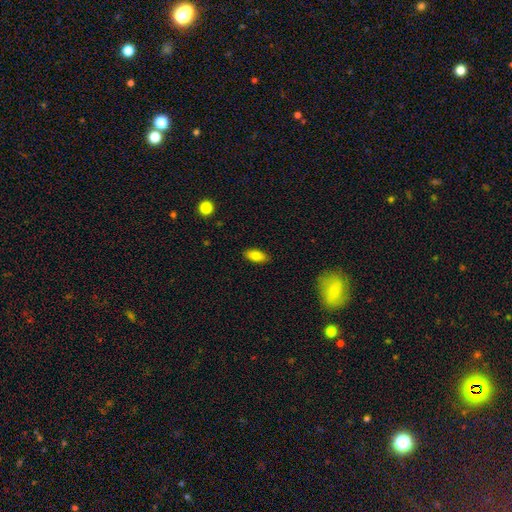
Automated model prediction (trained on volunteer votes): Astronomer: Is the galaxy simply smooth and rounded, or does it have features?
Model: smooth — 83%.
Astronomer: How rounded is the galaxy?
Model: in between — 89%.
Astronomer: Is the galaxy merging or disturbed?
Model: none — 87%.